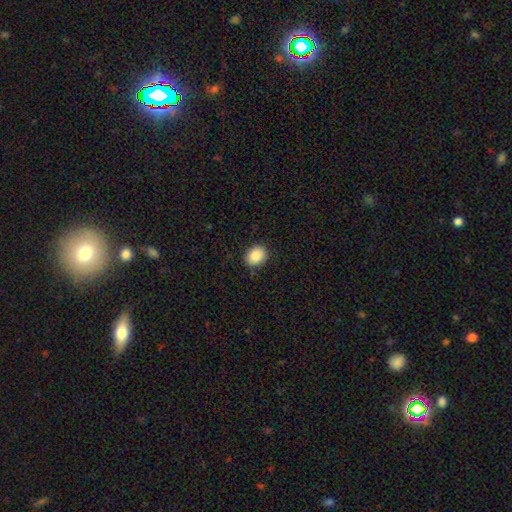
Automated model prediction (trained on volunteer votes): This is clearly a smooth galaxy (88%). How rounded: possibly in between (50%). Merging: clearly none (87%).